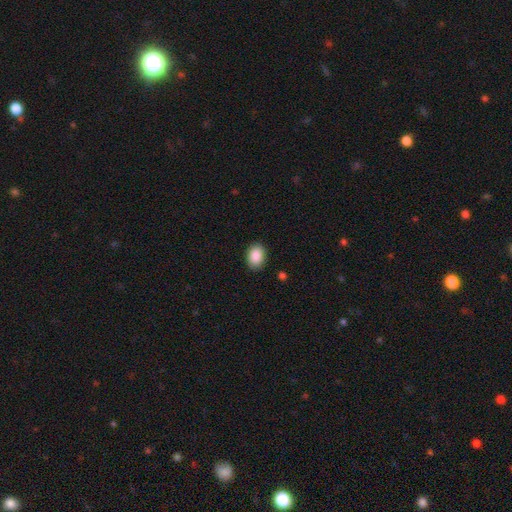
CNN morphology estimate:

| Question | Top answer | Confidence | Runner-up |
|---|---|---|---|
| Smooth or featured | smooth | 90% | star or artifact (7%) |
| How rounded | in between | 81% | round (18%) |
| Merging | none | 87% | minor disturbance (9%) |